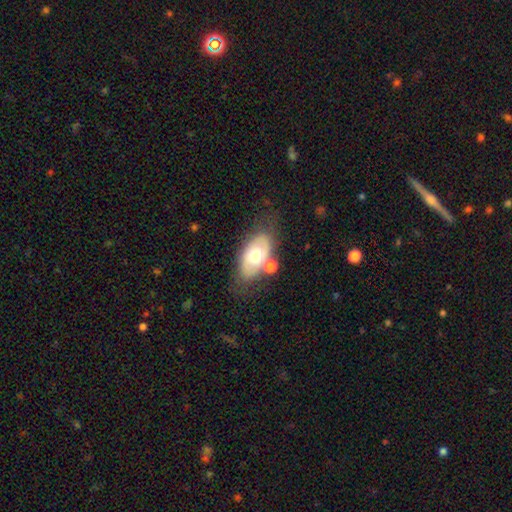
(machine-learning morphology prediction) Smooth or featured?
  - smooth: 50% *
  - featured or disk: 43%
  - star or artifact: 7%
Merging?
  - none: 60% *
  - minor disturbance: 18%
  - merger: 15%
  - major disturbance: 7%